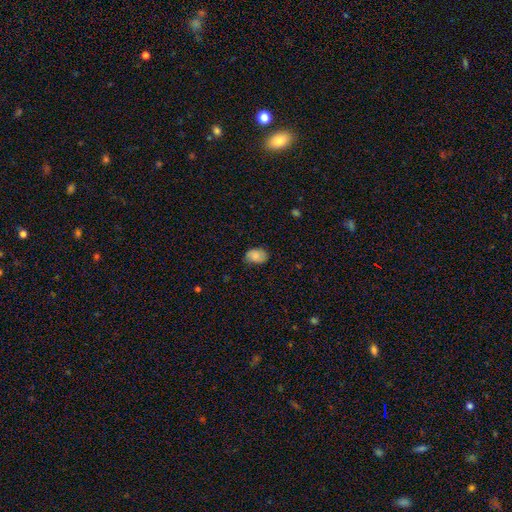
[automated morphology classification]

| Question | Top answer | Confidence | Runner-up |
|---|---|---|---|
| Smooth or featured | smooth | 82% | featured or disk (10%) |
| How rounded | in between | 80% | round (19%) |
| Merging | none | 76% | minor disturbance (20%) |